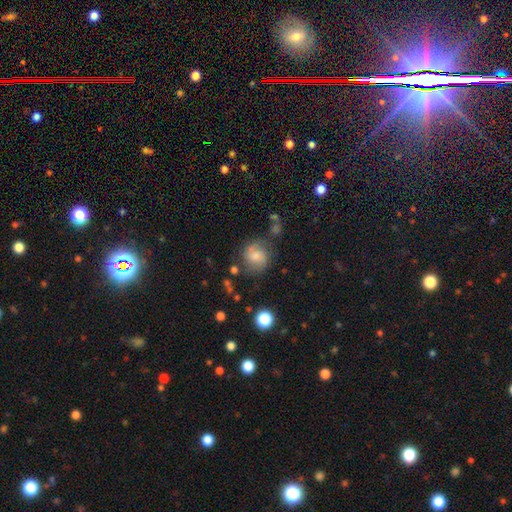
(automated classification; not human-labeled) smooth_or_featured: smooth (p=0.49) [alt: featured or disk p=0.40]
merging: none (p=0.62) [alt: minor disturbance p=0.21]